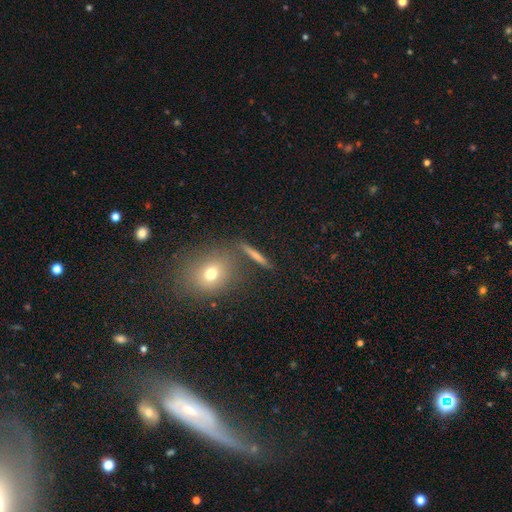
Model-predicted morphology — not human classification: Smooth or featured? Predicted: smooth (p=0.47). Merging? Predicted: none (p=0.78).